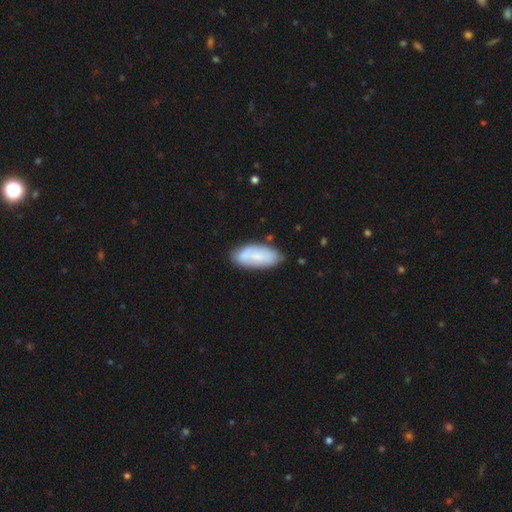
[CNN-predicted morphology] A smooth galaxy with no disk features (63%) that is in between round and cigar-shaped (88%).

Vote fractions:
- Smooth or featured? smooth: 63% / featured or disk: 31% / star or artifact: 6%
- How rounded? in between: 88% / cigar-shaped: 10% / round: 2%
- Merging? none: 68% / minor disturbance: 20% / merger: 8% / major disturbance: 5%